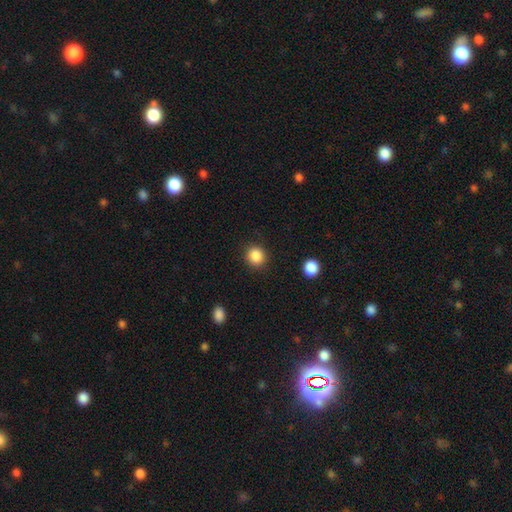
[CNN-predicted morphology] This is clearly a smooth galaxy (87%). How rounded: clearly round (88%). Merging: clearly none (89%).